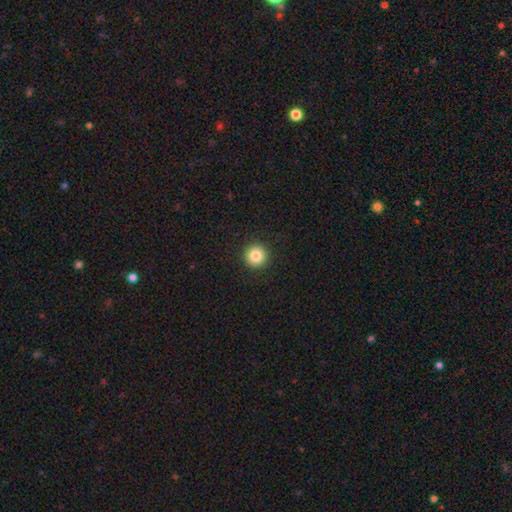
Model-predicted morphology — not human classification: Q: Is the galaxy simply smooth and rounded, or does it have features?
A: smooth — 84%.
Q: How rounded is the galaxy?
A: round — 96%.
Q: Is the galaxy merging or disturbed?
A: none — 93%.